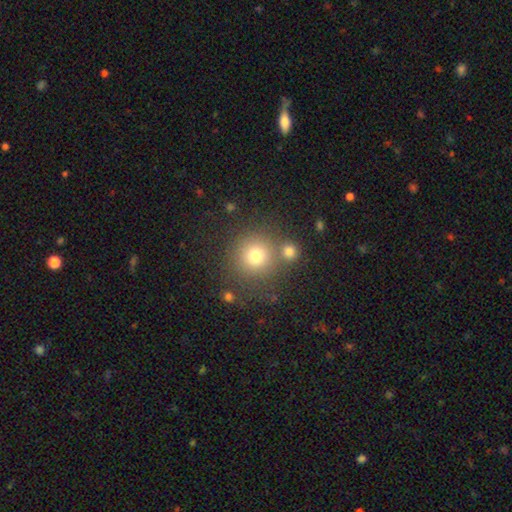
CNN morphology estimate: This appears to be a smooth galaxy with no disk features (75%) that is round (93%). Merging: none (70%).